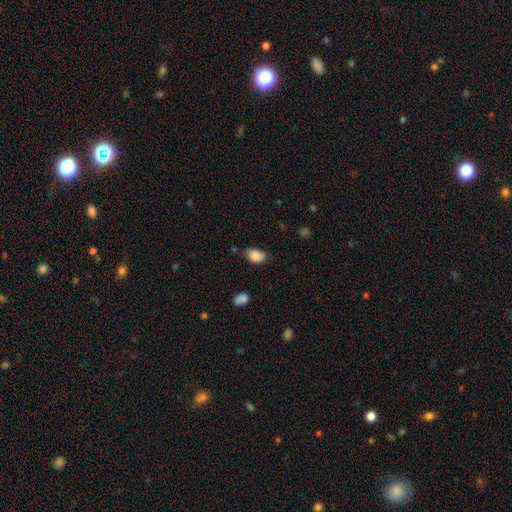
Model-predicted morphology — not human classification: smooth_or_featured: smooth (p=0.87) [alt: star or artifact p=0.08]
how_rounded: in between (p=0.88) [alt: round p=0.11]
merging: none (p=0.70) [alt: minor disturbance p=0.23]